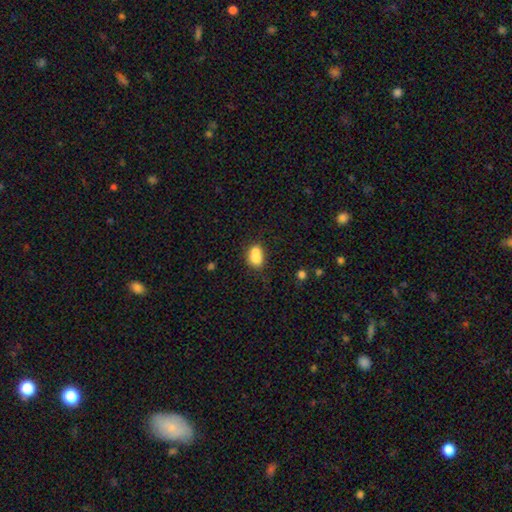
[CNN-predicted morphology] A smooth galaxy with no disk features (74%) that is in between round and cigar-shaped (59%). Merging: merger (55%).